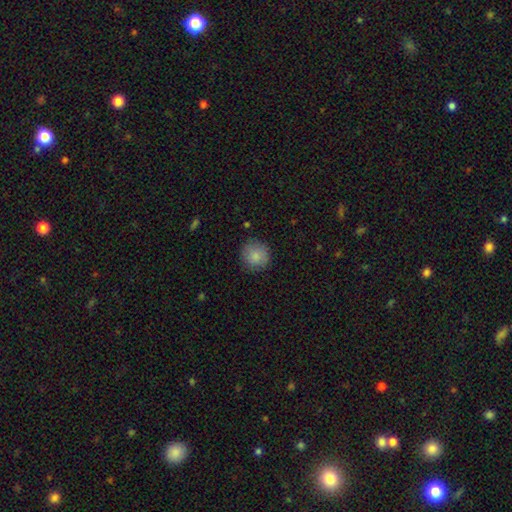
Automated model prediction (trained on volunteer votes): Smooth or featured?
  - smooth: 85% *
  - star or artifact: 8%
  - featured or disk: 7%
How rounded?
  - round: 93% *
  - in between: 7%
  - cigar-shaped: 1%
Merging?
  - none: 85% *
  - minor disturbance: 11%
  - major disturbance: 3%
  - merger: 1%